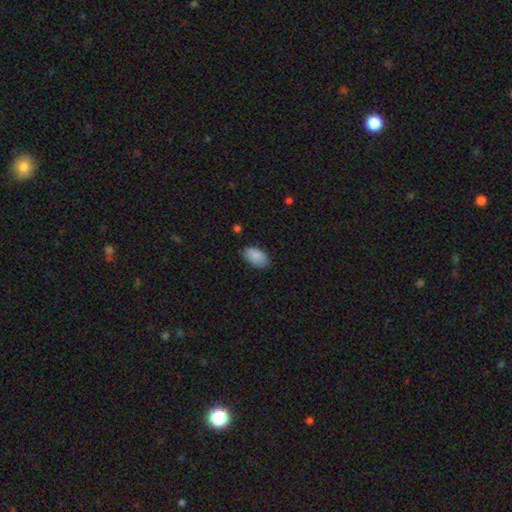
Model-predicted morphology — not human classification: Smooth or featured?
  - smooth: 89% *
  - star or artifact: 7%
  - featured or disk: 4%
How rounded?
  - in between: 94% *
  - round: 5%
  - cigar-shaped: 1%
Merging?
  - none: 82% *
  - minor disturbance: 14%
  - major disturbance: 3%
  - merger: 1%